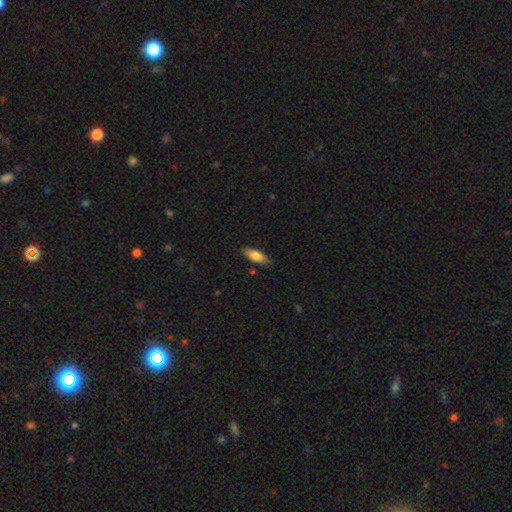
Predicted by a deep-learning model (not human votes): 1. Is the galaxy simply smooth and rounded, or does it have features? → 78% smooth, 16% featured or disk, 6% star or artifact.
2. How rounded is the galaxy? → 63% in between, 35% cigar-shaped, 2% round.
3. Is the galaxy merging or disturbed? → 82% none, 14% minor disturbance, 2% major disturbance, 2% merger.